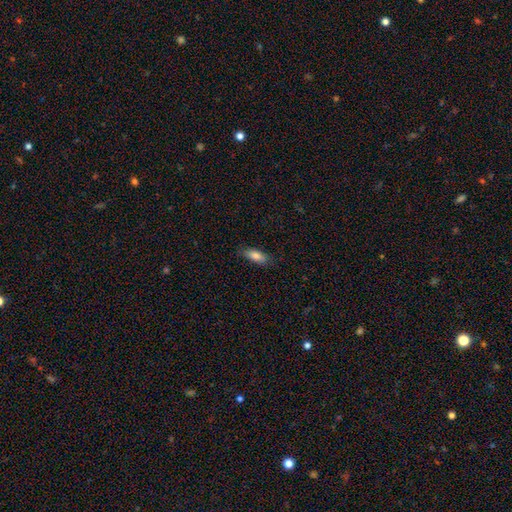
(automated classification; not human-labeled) Morphology: type=smooth (82%); roundness=in between (71%); merging=none (83%).